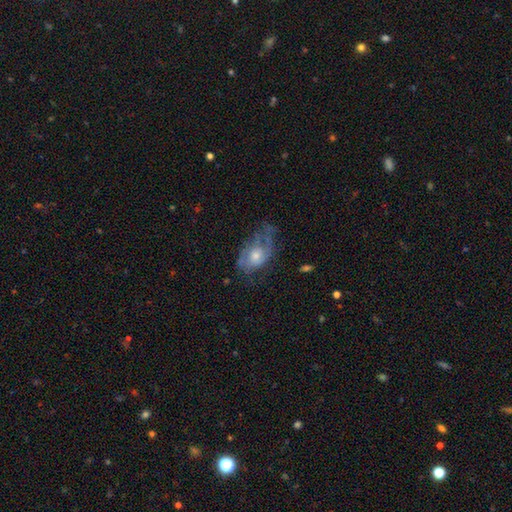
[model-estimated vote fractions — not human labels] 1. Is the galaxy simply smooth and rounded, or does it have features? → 62% featured or disk, 29% smooth, 9% star or artifact.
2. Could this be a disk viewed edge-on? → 94% no, 6% yes.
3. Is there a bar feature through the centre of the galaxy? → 78% no, 19% weak, 3% strong.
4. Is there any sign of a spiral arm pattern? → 69% yes, 31% no.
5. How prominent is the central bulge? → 55% moderate, 31% small, 9% large, 3% none, 1% dominant.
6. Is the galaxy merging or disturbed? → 44% none, 27% major disturbance, 27% minor disturbance, 2% merger.